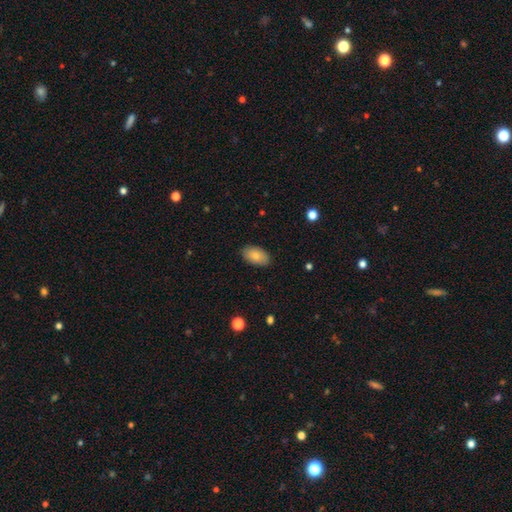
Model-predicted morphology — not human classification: Overall: smooth (80%). How rounded: in between (93%). Merging: none (86%).